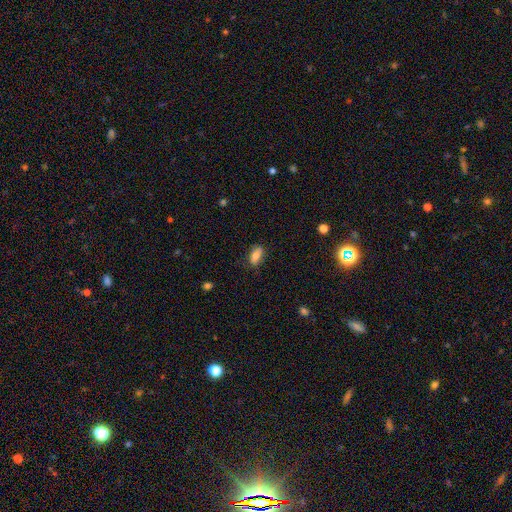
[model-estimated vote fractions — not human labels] Smooth or featured: smooth — 76% (featured or disk — 15%)
How rounded: in between — 85% (cigar-shaped — 10%)
Merging: none — 72% (minor disturbance — 21%)